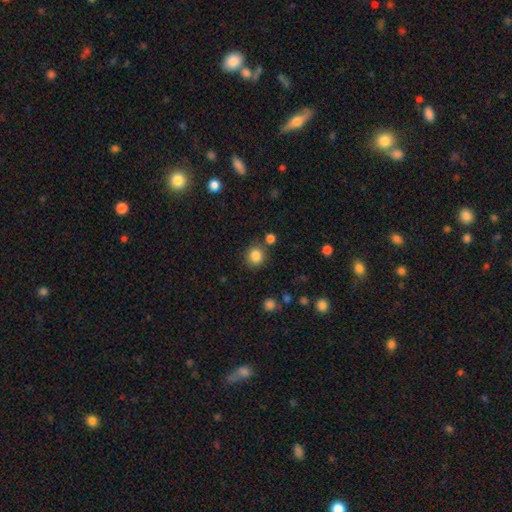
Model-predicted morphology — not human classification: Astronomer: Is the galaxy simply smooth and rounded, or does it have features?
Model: smooth — 84%.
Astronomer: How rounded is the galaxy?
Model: round — 87%.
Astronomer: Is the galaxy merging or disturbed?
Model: none — 81%.